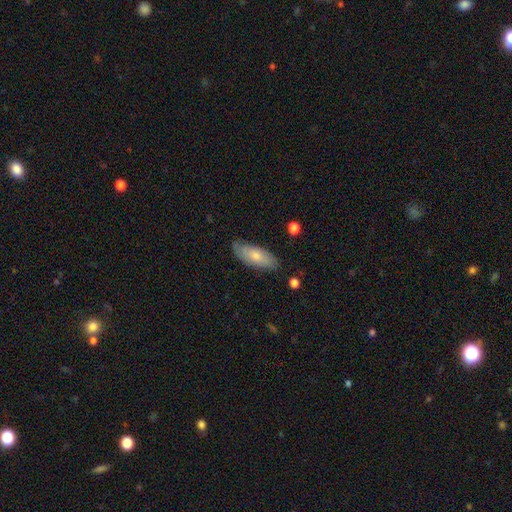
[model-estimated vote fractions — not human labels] Smooth or featured? Predicted: smooth (p=0.67). How rounded? Predicted: in between (p=0.80). Merging? Predicted: none (p=0.74).